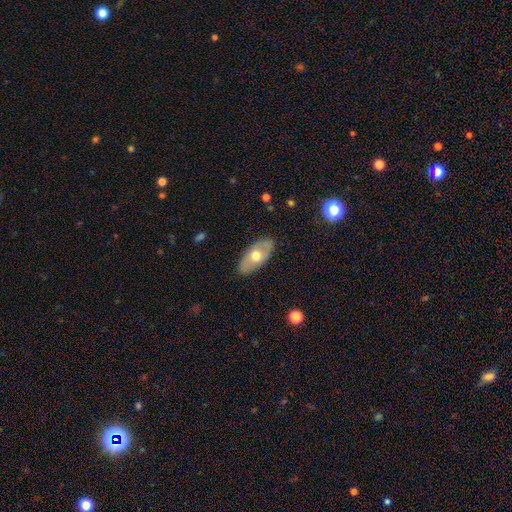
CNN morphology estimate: Smooth or featured? smooth (51%)
How rounded? in between (90%)
Merging? none (82%)